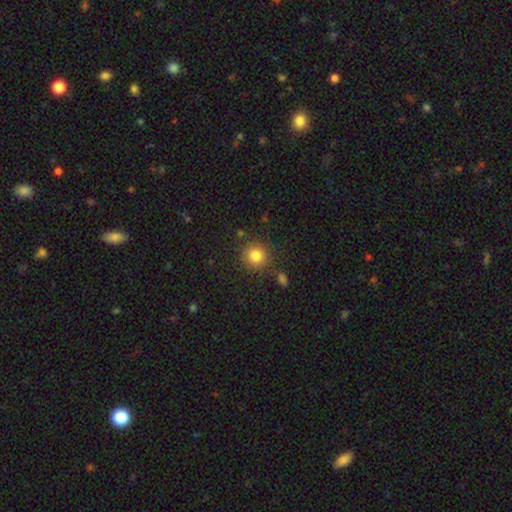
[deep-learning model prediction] Morphology: type=smooth (83%); roundness=round (92%); merging=none (84%).